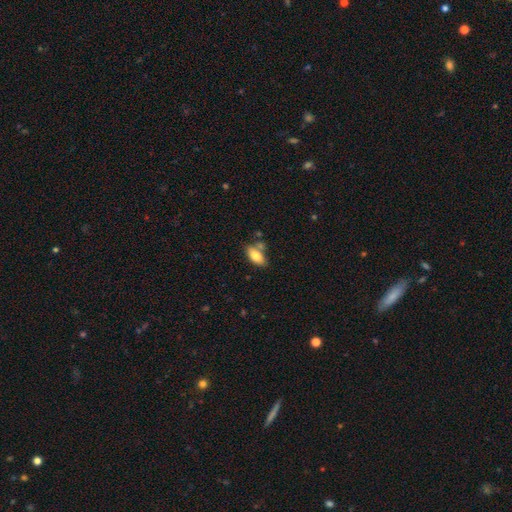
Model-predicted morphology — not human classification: Smooth or featured: smooth — 80% (featured or disk — 13%)
How rounded: in between — 90% (cigar-shaped — 7%)
Merging: none — 63% (minor disturbance — 17%)